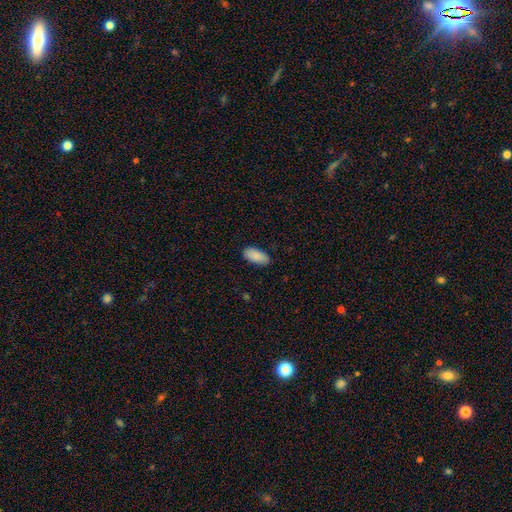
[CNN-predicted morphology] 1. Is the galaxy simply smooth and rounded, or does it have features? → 89% smooth, 6% star or artifact, 5% featured or disk.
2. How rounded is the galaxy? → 93% in between, 5% cigar-shaped, 2% round.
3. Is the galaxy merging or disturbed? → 87% none, 10% minor disturbance, 2% major disturbance, 1% merger.